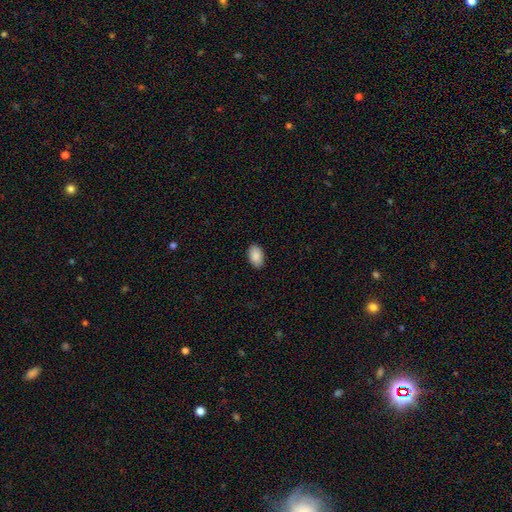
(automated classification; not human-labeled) Overall: smooth (90%). How rounded: in between (93%). Merging: none (89%).